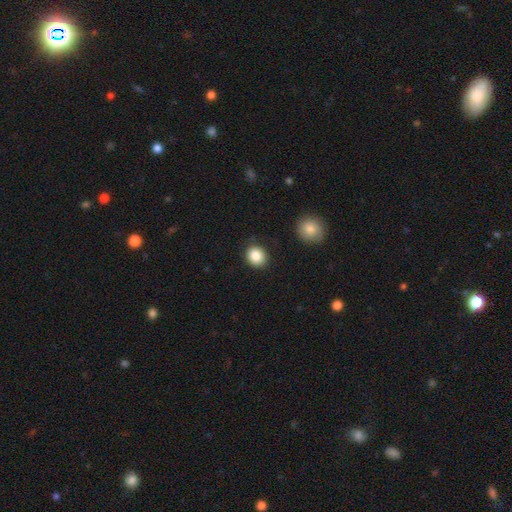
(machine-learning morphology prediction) A smooth galaxy with no disk features (87%) that is round (78%).

Vote fractions:
- Smooth or featured? smooth: 87% / star or artifact: 9% / featured or disk: 4%
- How rounded? round: 78% / in between: 21% / cigar-shaped: 1%
- Merging? none: 86% / minor disturbance: 9% / major disturbance: 2% / merger: 2%